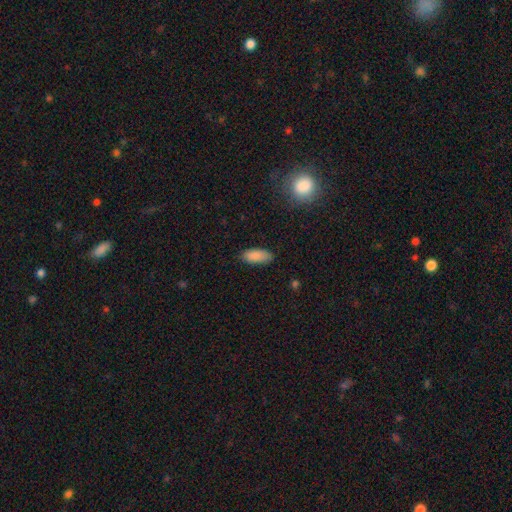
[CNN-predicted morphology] This is clearly a smooth galaxy (88%). How rounded: clearly in between (85%). Merging: clearly none (83%).